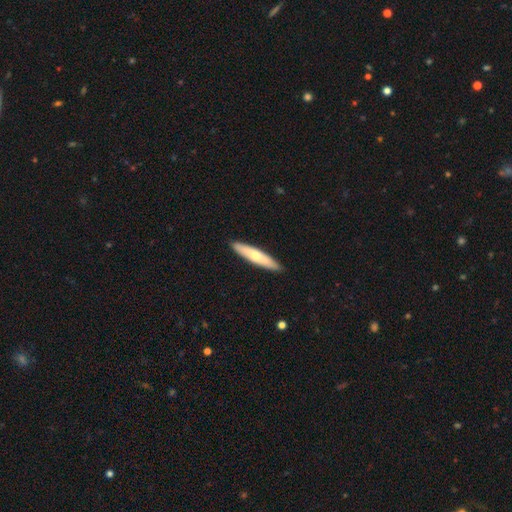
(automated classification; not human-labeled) smooth_or_featured: smooth (p=0.59) [alt: featured or disk p=0.37]
how_rounded: cigar-shaped (p=0.83) [alt: in between p=0.16]
merging: none (p=0.90) [alt: minor disturbance p=0.08]